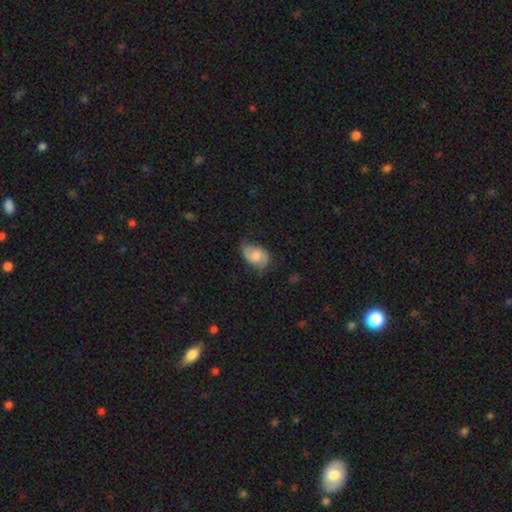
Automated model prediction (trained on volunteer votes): Morphology: type=featured or disk (57%); edge-on=no (97%); bar=no (52%); spiral arms=yes (89%); bulge=moderate (51%); merging=none (61%).